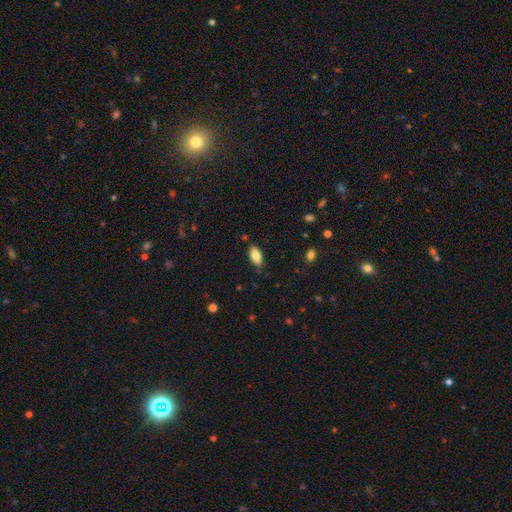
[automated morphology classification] This appears to be a smooth galaxy with no disk features (84%) that is in between round and cigar-shaped (91%). Merging: none (83%).